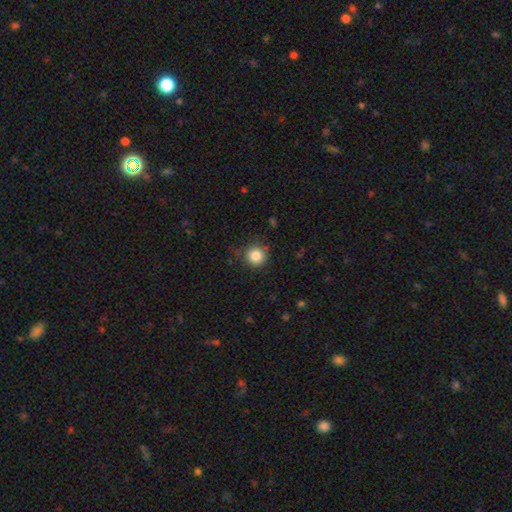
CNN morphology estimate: smooth_or_featured: smooth (p=0.85) [alt: star or artifact p=0.11]
how_rounded: round (p=0.94) [alt: in between p=0.05]
merging: none (p=0.83) [alt: minor disturbance p=0.12]